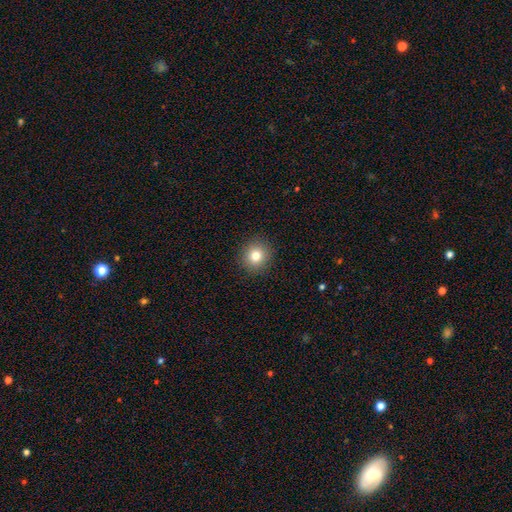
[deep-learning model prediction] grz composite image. It shows a smooth galaxy with no disk features (79%) that is round (89%). Merging: none (91%).